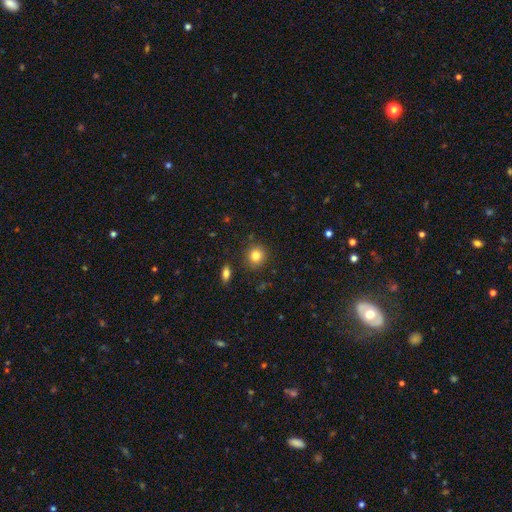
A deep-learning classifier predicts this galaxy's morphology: This appears to be a smooth galaxy with no disk features (82%) that is round (88%). Merging: none (88%).